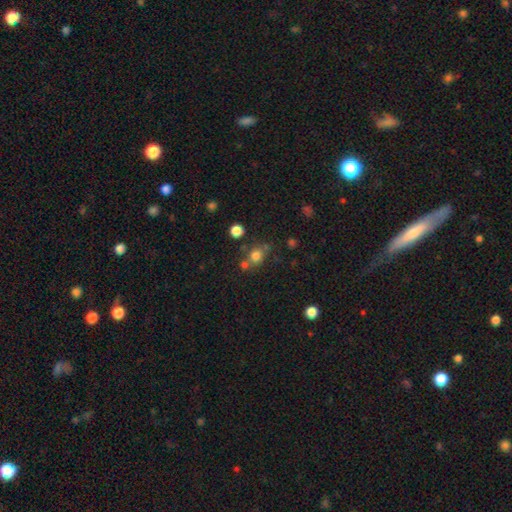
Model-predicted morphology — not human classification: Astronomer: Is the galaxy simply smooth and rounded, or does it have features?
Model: smooth — 75%.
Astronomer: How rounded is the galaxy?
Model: round — 76%.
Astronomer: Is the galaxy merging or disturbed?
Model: none — 61%.